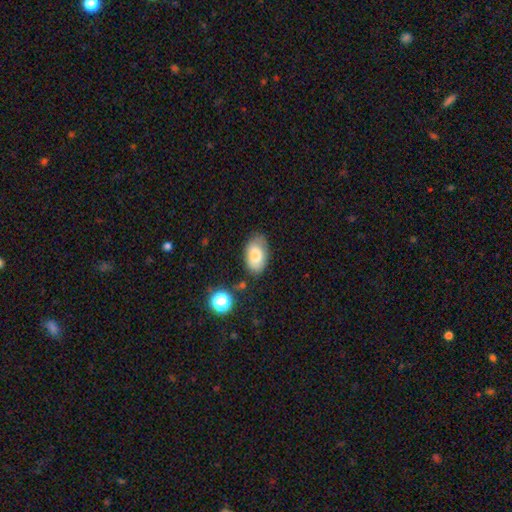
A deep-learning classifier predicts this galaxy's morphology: Smooth or featured? smooth (79%)
How rounded? in between (91%)
Merging? none (71%)